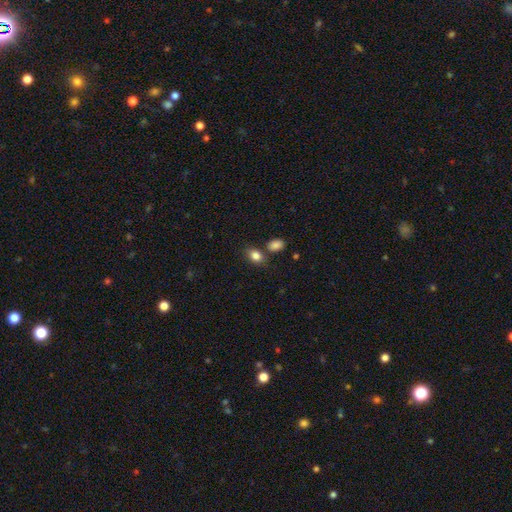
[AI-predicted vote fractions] Q: Smooth or featured?
A: smooth (84%); runner-up: star or artifact (9%)
Q: How rounded?
A: in between (73%); runner-up: round (25%)
Q: Merging?
A: none (66%); runner-up: merger (17%)